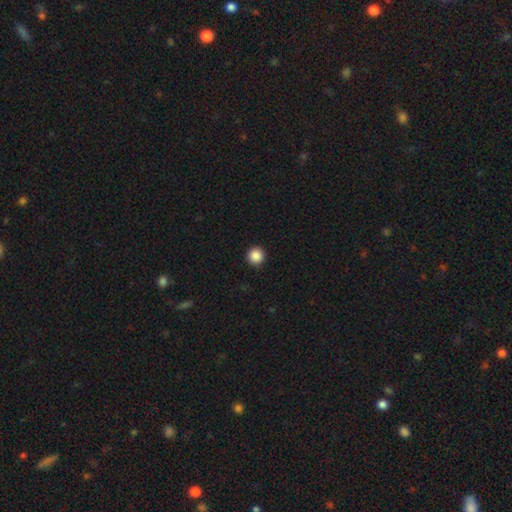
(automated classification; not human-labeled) Smooth or featured?
  - smooth: 88% *
  - star or artifact: 10%
  - featured or disk: 3%
How rounded?
  - round: 96% *
  - in between: 3%
  - cigar-shaped: 1%
Merging?
  - none: 93% *
  - minor disturbance: 4%
  - major disturbance: 1%
  - merger: 1%